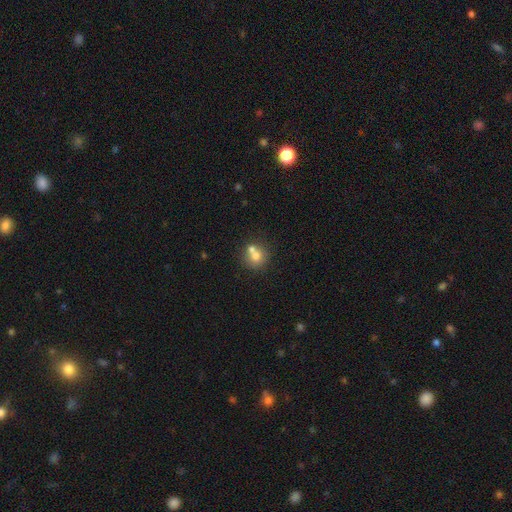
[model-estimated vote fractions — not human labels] smooth_or_featured: smooth (p=0.70) [alt: featured or disk p=0.19]
how_rounded: round (p=0.83) [alt: in between p=0.17]
merging: merger (p=0.45) [alt: none p=0.44]